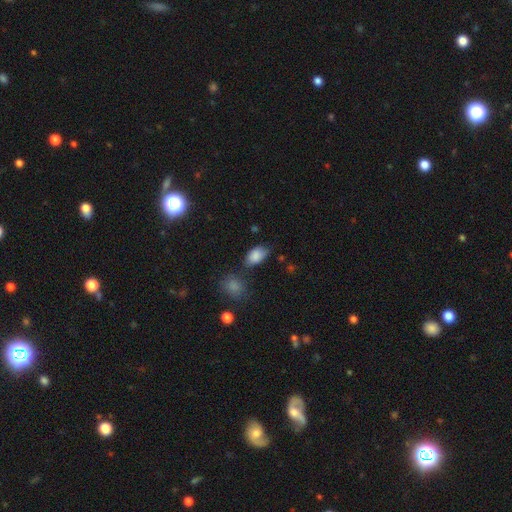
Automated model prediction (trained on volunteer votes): Smooth or featured? Predicted: smooth (p=0.84). How rounded? Predicted: in between (p=0.91). Merging? Predicted: none (p=0.60).